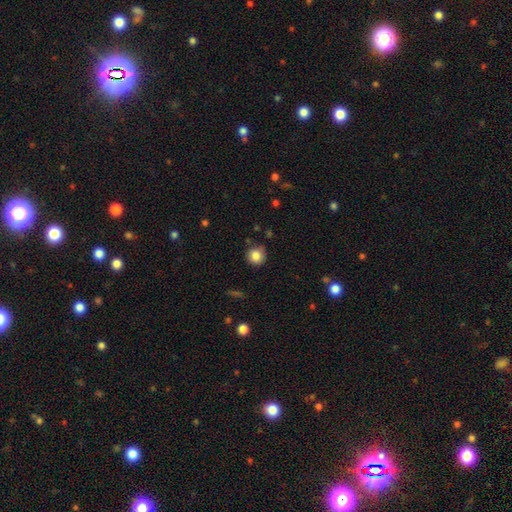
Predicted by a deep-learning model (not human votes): smooth-or-featured: smooth: 84% | star or artifact: 10% | featured or disk: 6%
  how-rounded: round: 92% | in between: 7% | cigar-shaped: 1%
  merging: none: 82% | minor disturbance: 13% | major disturbance: 3% | merger: 2%